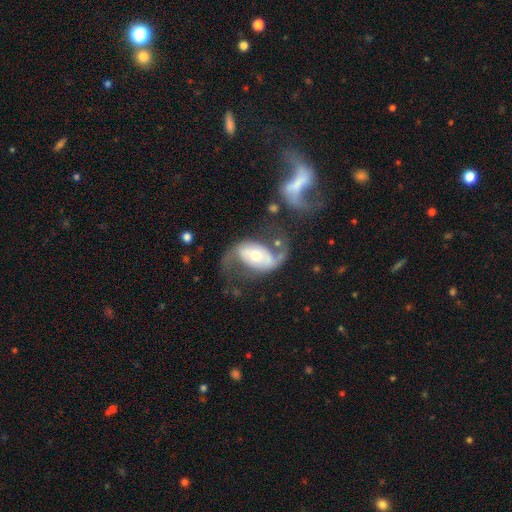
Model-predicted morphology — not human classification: type=featured or disk (83%); edge-on=no (96%); bar=no (41%); spiral arms=yes (90%); winding=loose (62%); arm count=2 (90%); bulge=moderate (64%); merging=none (50%).